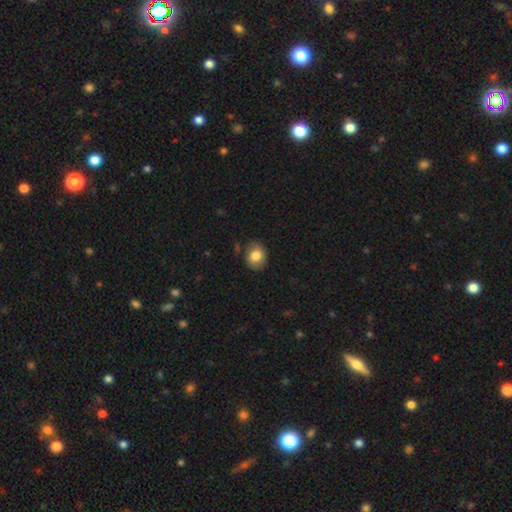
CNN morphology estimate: This appears to be a smooth galaxy with no disk features (80%) that is round (55%). Merging: none (81%).